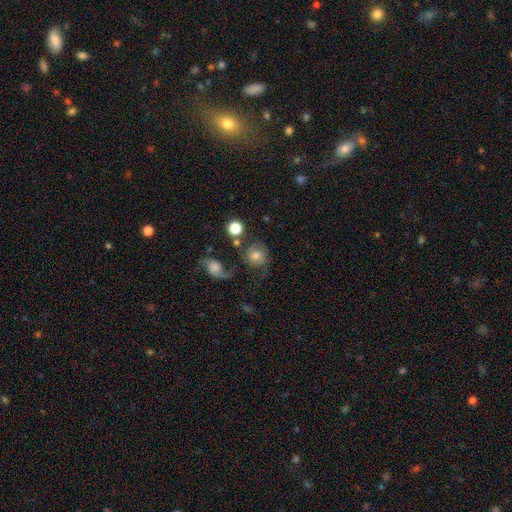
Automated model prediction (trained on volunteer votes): Smooth or featured: smooth — 45% (featured or disk — 44%)
Merging: none — 50% (minor disturbance — 18%)